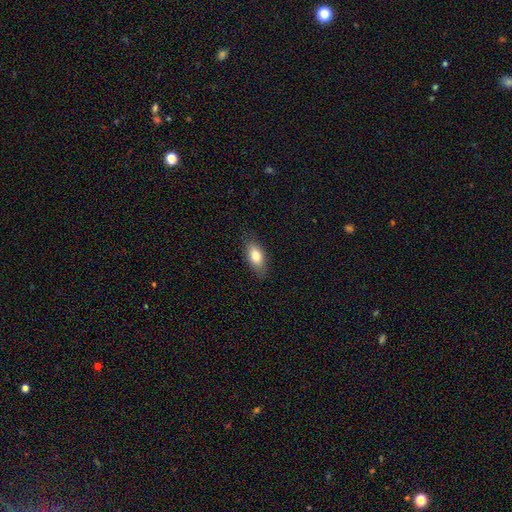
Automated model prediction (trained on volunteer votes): smooth 79%, featured or disk 14%, star or artifact 7%. Down the decision tree: how rounded — in between (85%); merging — none (83%).